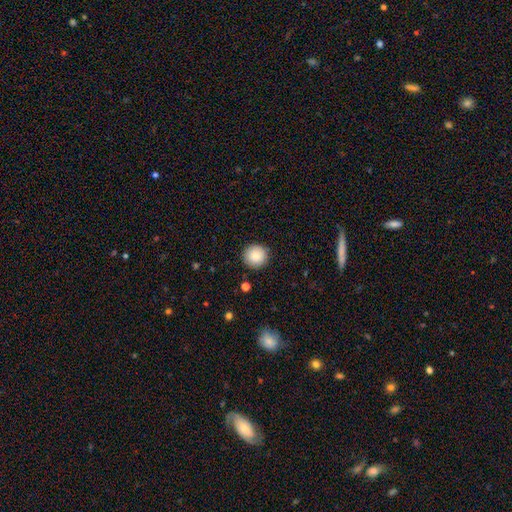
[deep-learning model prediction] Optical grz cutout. It shows a smooth galaxy with no disk features (87%) that is round (95%). Merging: none (91%).